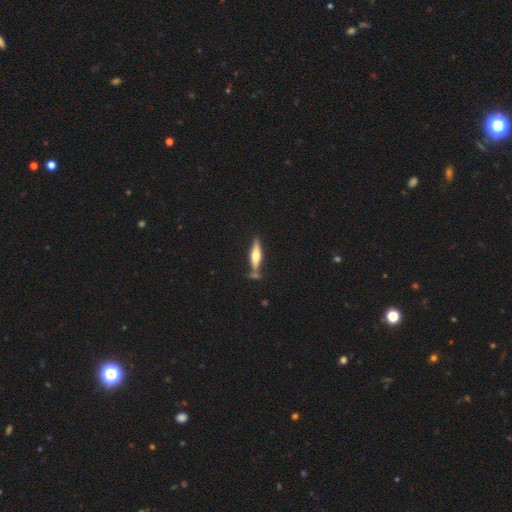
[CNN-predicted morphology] A featured or disk galaxy (49%).

Vote fractions:
- Smooth or featured? featured or disk: 49% / smooth: 45% / star or artifact: 6%
- Merging? none: 67% / minor disturbance: 15% / merger: 13% / major disturbance: 4%